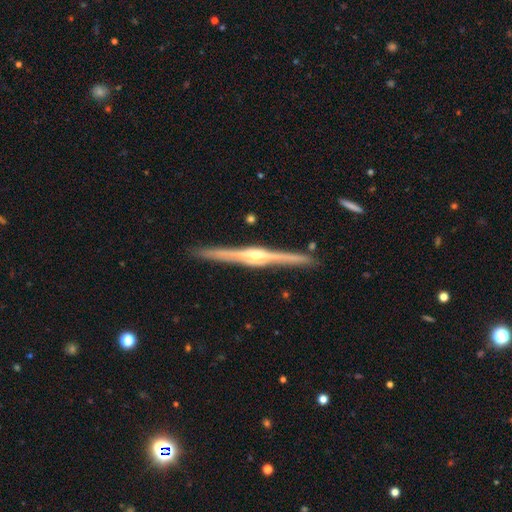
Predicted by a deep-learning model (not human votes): Smooth or featured? featured or disk (87%)
Edge-on disk? yes (99%)
Edge-on bulge? rounded (84%)
Merging? none (91%)